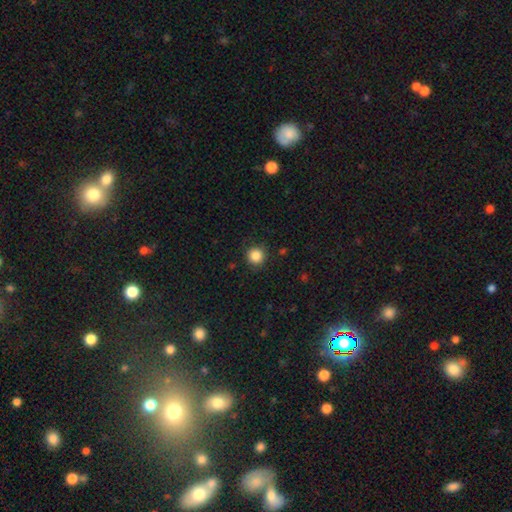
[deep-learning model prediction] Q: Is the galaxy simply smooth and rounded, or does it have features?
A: smooth — 86%.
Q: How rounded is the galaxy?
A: round — 95%.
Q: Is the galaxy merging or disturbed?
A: none — 90%.